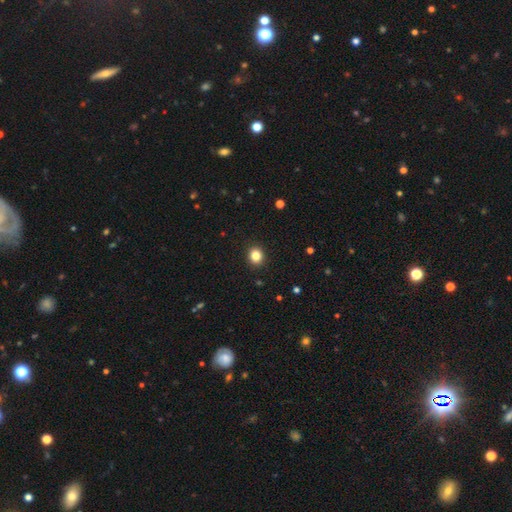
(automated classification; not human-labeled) The model was most divided on "how rounded": round: 74%, in between: 25%, cigar-shaped: 1%. More confident: merging — none (91%); smooth or featured — smooth (84%).